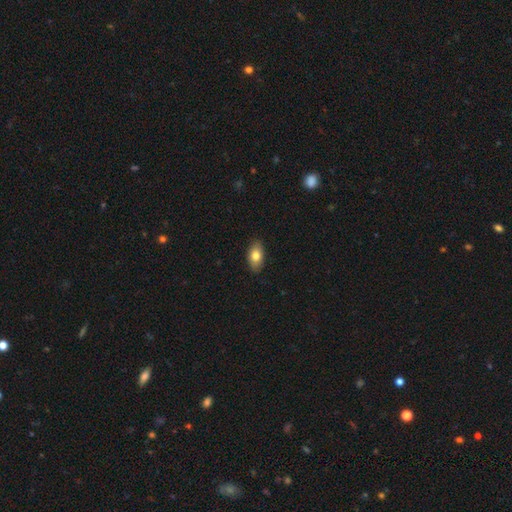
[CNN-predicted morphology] Smooth or featured: smooth — 79% (featured or disk — 14%)
How rounded: in between — 91% (round — 6%)
Merging: none — 88% (minor disturbance — 9%)